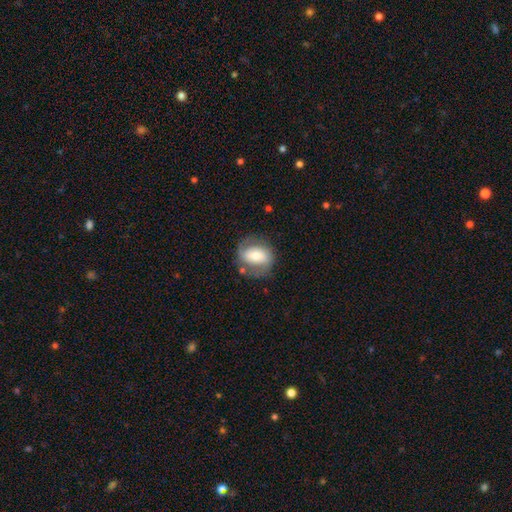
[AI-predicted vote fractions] This is possibly a featured or disk galaxy (54%). It is clearly not viewed edge-on (96%). Bar: marginally no (42%). Spiral arm pattern: likely yes (76%). Central bulge: possibly moderate (58%). Merging: likely none (69%).